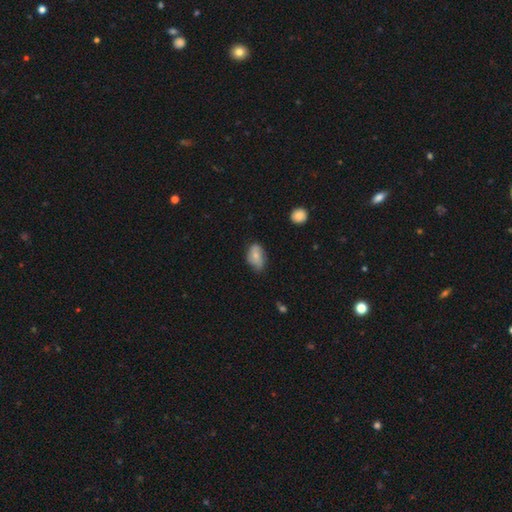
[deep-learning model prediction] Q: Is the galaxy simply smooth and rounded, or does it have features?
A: smooth — 70%.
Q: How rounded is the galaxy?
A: in between — 88%.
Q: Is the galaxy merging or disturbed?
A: none — 52%.